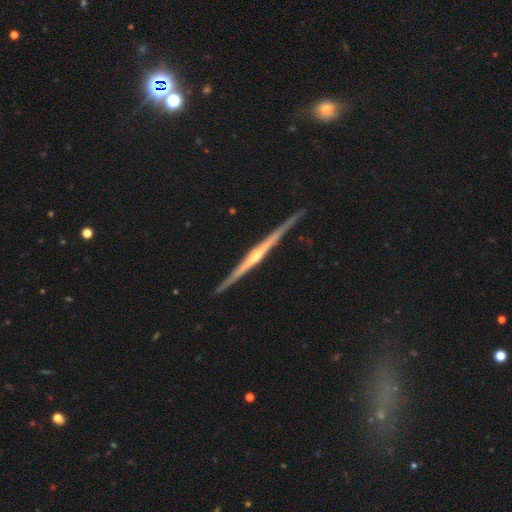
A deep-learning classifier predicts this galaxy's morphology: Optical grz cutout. It shows a featured or disk galaxy (86%) viewed edge-on (98%) with a rounded central bulge (73%). Merging: none (90%).